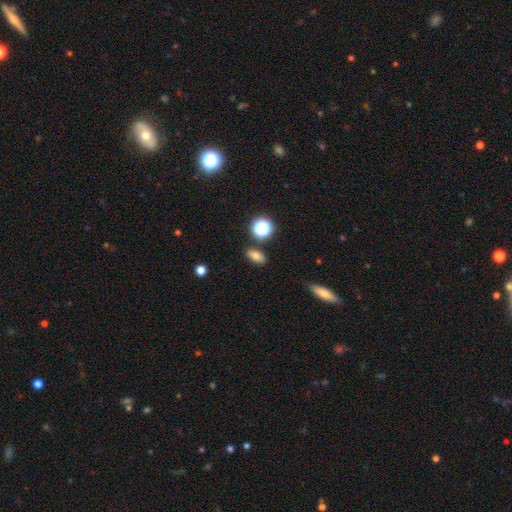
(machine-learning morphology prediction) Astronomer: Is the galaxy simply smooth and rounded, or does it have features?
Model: smooth — 76%.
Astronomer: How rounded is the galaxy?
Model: in between — 79%.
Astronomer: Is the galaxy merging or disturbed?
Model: none — 84%.